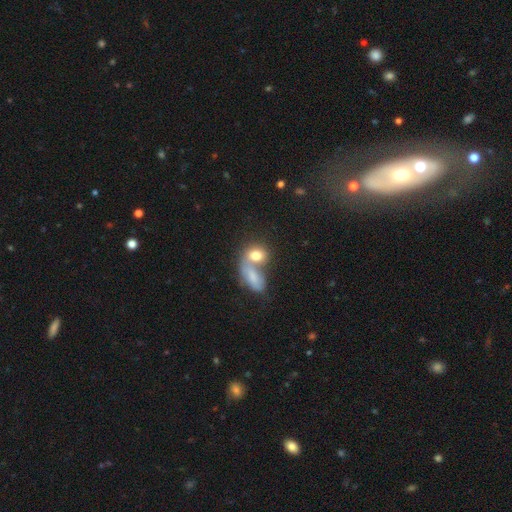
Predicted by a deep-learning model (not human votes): smooth-or-featured: smooth: 76% | featured or disk: 15% | star or artifact: 9%
  how-rounded: in between: 56% | round: 41% | cigar-shaped: 3%
  merging: merger: 59% | none: 26% | minor disturbance: 9% | major disturbance: 6%